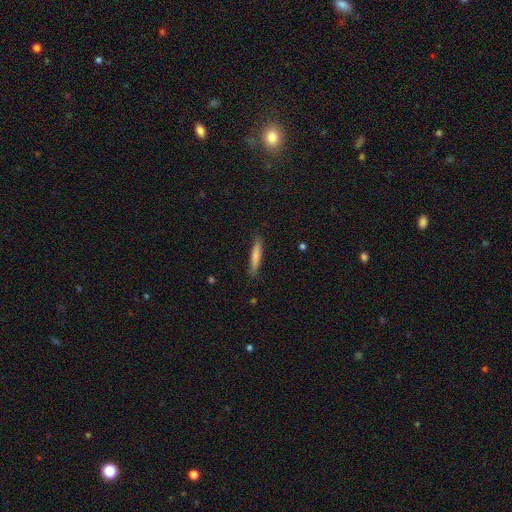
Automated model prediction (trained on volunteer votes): A smooth galaxy with no disk features (77%) that is cigar-shaped (91%).

Vote fractions:
- Smooth or featured? smooth: 77% / featured or disk: 17% / star or artifact: 6%
- How rounded? cigar-shaped: 91% / in between: 8% / round: 1%
- Merging? none: 85% / minor disturbance: 12% / major disturbance: 2% / merger: 1%